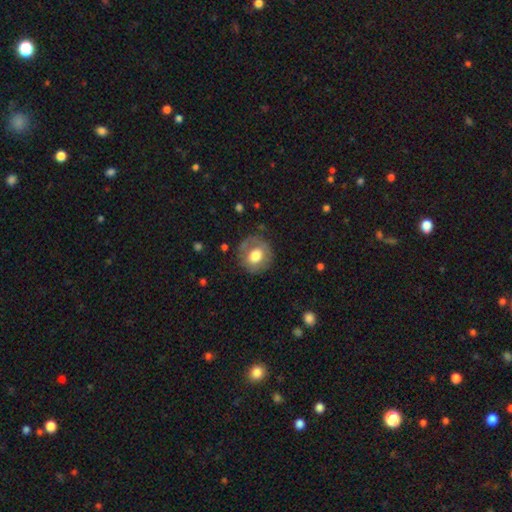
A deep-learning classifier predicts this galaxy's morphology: Overall: smooth (64%; featured or disk 28%). How rounded: round (85%). Merging: none (74%).